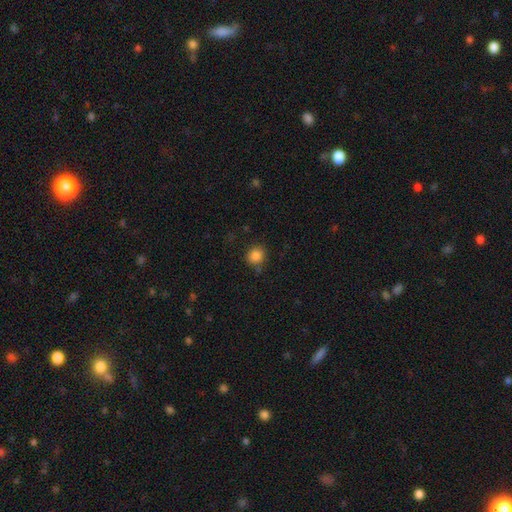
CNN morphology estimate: smooth 85%, star or artifact 11%, featured or disk 4%. Down the decision tree: how rounded — round (88%); merging — none (80%).